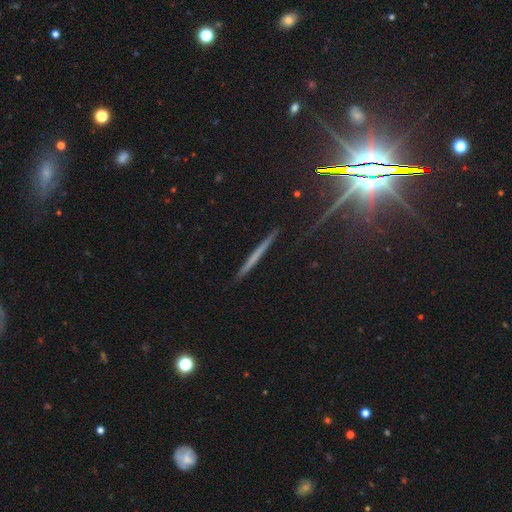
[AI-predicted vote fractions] Overall: featured or disk (45%; smooth 40%). Merging: none (89%).